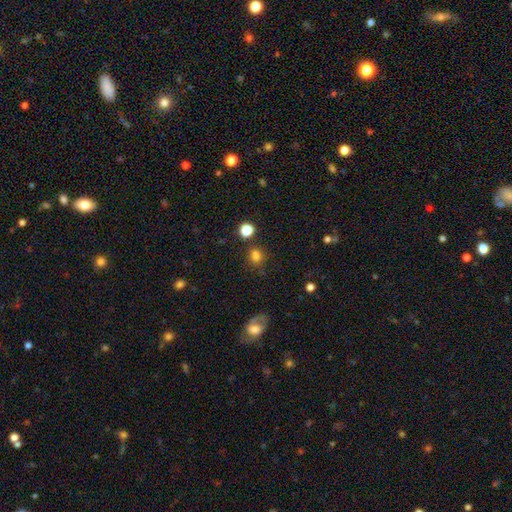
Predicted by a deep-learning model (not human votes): Smooth or featured?
  - smooth: 78% *
  - star or artifact: 16%
  - featured or disk: 6%
How rounded?
  - round: 70% *
  - in between: 29%
  - cigar-shaped: 1%
Merging?
  - none: 73% *
  - minor disturbance: 13%
  - merger: 9%
  - major disturbance: 5%